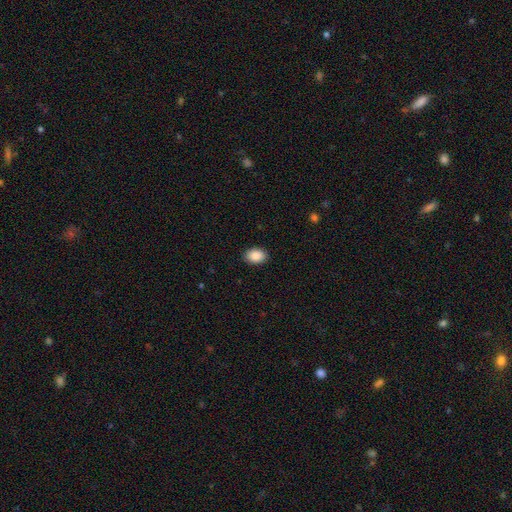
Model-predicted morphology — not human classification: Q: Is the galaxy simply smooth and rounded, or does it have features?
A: smooth — 89%.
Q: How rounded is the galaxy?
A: in between — 83%.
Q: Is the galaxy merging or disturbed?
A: none — 90%.